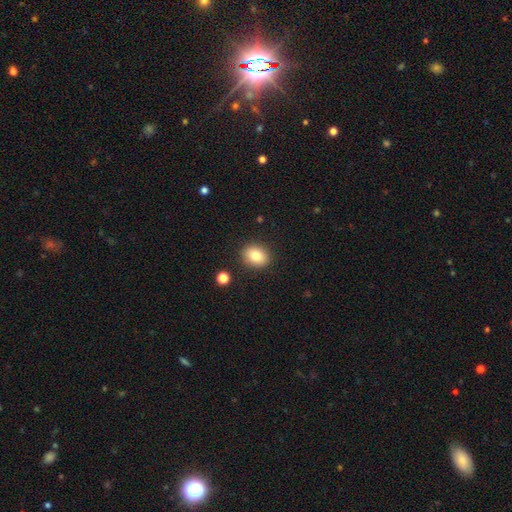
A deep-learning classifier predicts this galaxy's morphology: smooth 81%, star or artifact 9%, featured or disk 9%. Down the decision tree: how rounded — round (55%); merging — none (88%).